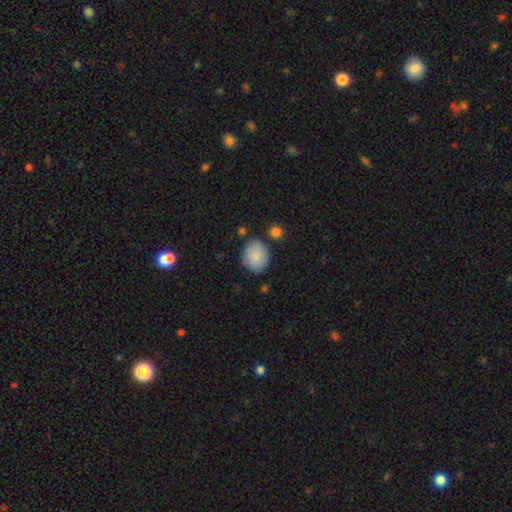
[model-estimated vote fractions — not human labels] A smooth galaxy with no disk features (86%) that is round (57%).

Vote fractions:
- Smooth or featured? smooth: 86% / featured or disk: 7% / star or artifact: 7%
- How rounded? round: 57% / in between: 43% / cigar-shaped: 1%
- Merging? none: 75% / minor disturbance: 16% / merger: 5% / major disturbance: 4%